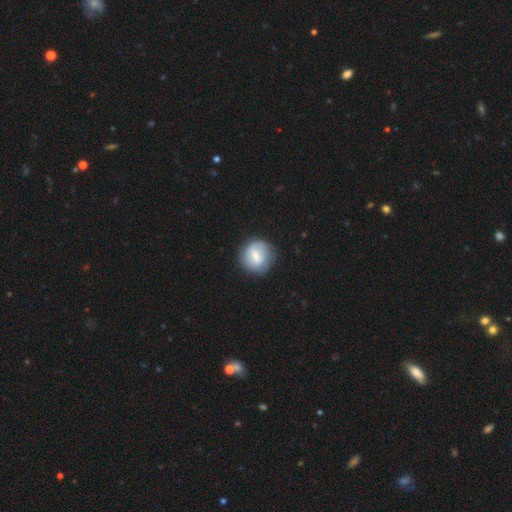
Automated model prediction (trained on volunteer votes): Smooth or featured?
  - smooth: 61% *
  - featured or disk: 32%
  - star or artifact: 7%
How rounded?
  - round: 87% *
  - in between: 12%
  - cigar-shaped: 1%
Merging?
  - none: 75% *
  - minor disturbance: 18%
  - major disturbance: 6%
  - merger: 2%